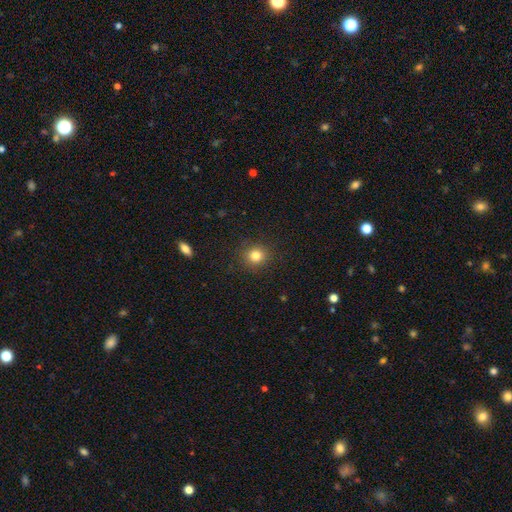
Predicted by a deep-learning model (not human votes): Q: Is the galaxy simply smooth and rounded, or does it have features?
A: smooth — 82%.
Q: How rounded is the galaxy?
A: round — 89%.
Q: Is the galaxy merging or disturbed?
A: none — 90%.